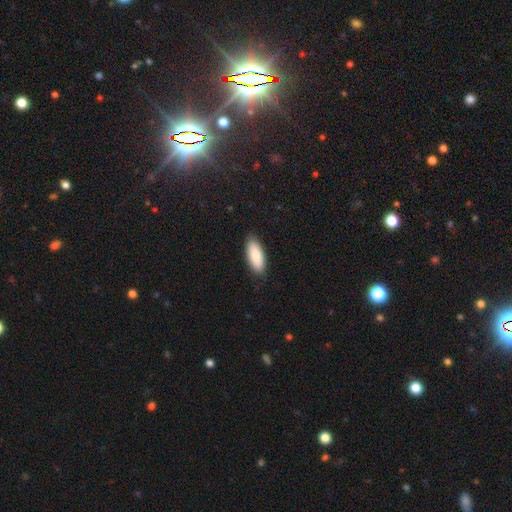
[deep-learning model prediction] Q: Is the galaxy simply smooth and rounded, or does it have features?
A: smooth — 85%.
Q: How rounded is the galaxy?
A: in between — 79%.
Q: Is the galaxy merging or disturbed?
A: none — 86%.